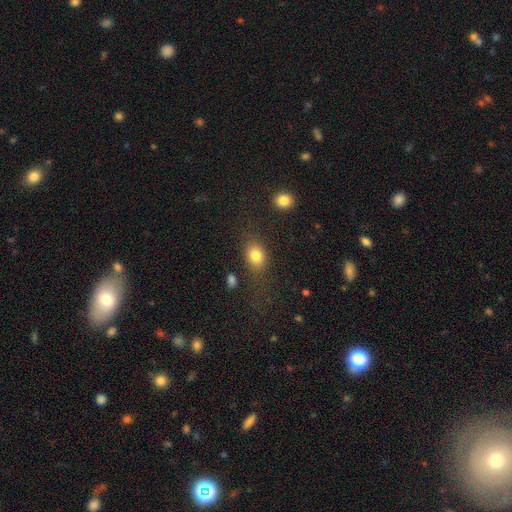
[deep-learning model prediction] A smooth galaxy with no disk features (80%) that is in between round and cigar-shaped (61%). Merging: none (69%).